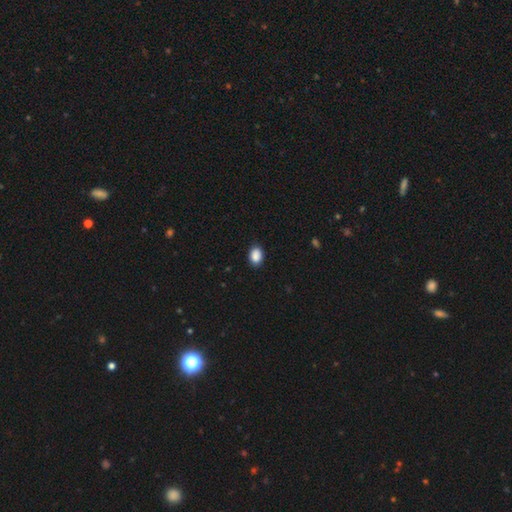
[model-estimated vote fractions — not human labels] Q: Smooth or featured?
A: smooth (89%); runner-up: star or artifact (8%)
Q: How rounded?
A: in between (76%); runner-up: round (23%)
Q: Merging?
A: none (87%); runner-up: minor disturbance (10%)